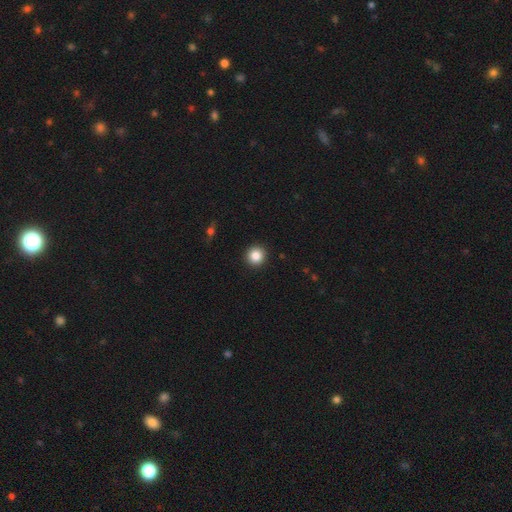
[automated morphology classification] smooth_or_featured: smooth (p=0.85) [alt: star or artifact p=0.10]
how_rounded: round (p=0.95) [alt: in between p=0.05]
merging: none (p=0.93) [alt: minor disturbance p=0.04]